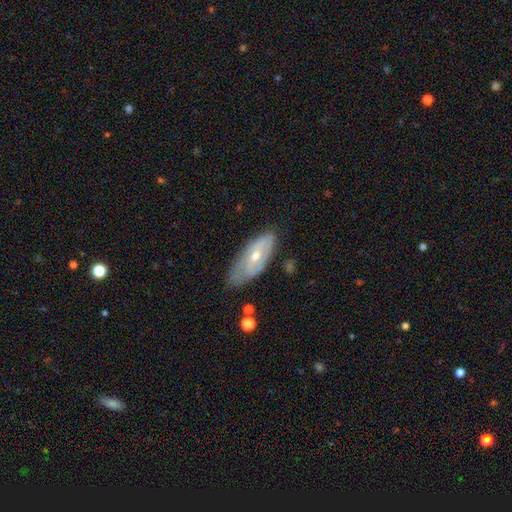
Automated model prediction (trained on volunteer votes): Morphology: type=featured or disk (57%); edge-on=no (78%); merging=none (66%).